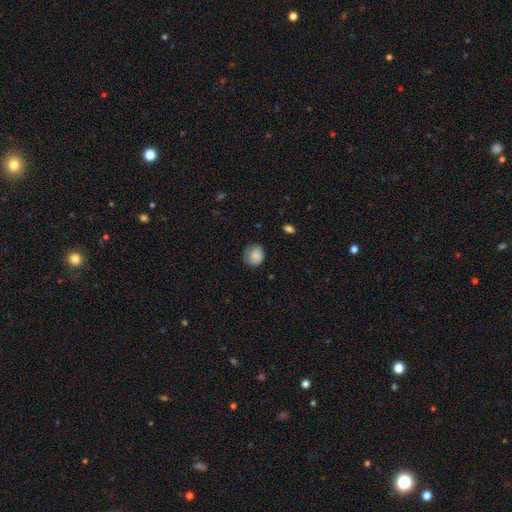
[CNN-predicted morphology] The model was most divided on "merging": none: 68%, minor disturbance: 25%, major disturbance: 6%, merger: 1%. More confident: smooth or featured — smooth (85%); how rounded — round (72%).